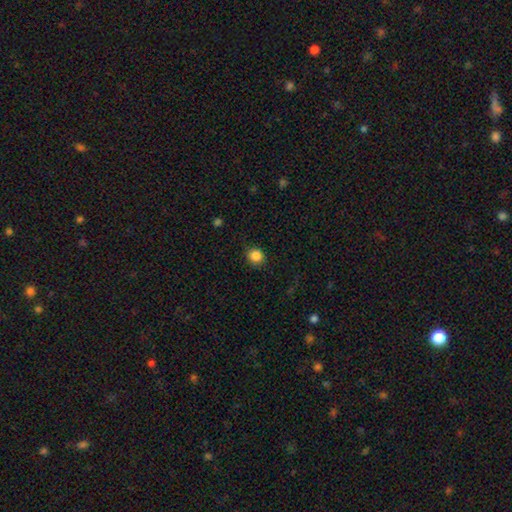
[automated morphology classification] Smooth or featured?
  - smooth: 85% *
  - star or artifact: 11%
  - featured or disk: 4%
How rounded?
  - round: 88% *
  - in between: 11%
  - cigar-shaped: 1%
Merging?
  - none: 87% *
  - minor disturbance: 9%
  - major disturbance: 2%
  - merger: 1%